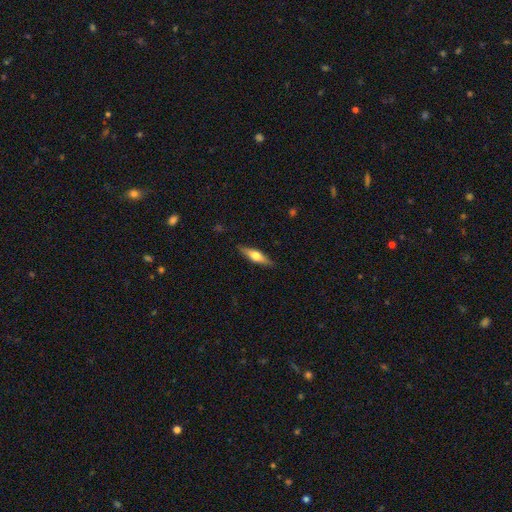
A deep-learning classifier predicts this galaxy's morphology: This is possibly a smooth galaxy (49%). Merging: clearly none (87%).